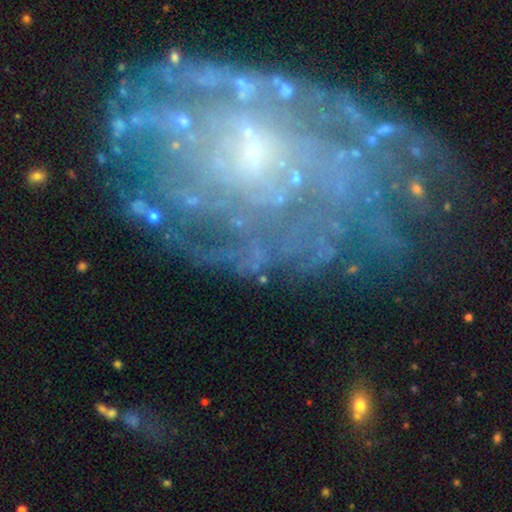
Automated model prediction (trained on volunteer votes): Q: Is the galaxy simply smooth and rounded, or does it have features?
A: featured or disk — 67%.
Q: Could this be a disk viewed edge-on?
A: no — 93%.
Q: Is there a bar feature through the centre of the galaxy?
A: no — 55%.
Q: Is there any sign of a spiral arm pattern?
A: yes — 84%.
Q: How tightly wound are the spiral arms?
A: tight — 67%.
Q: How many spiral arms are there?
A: can't tell — 37%.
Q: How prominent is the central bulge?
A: small — 64%.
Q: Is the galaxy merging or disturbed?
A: none — 62%.